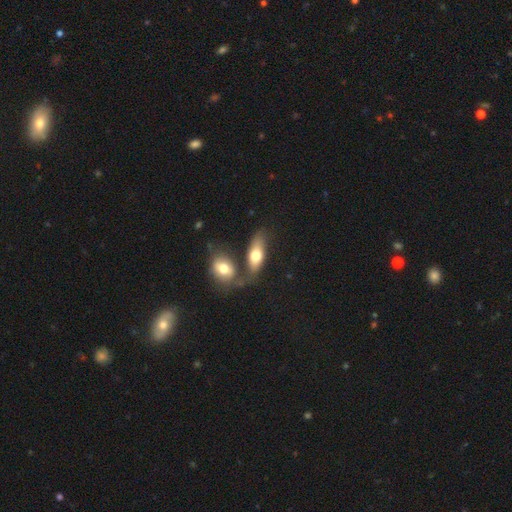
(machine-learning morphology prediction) Smooth or featured? smooth (67%)
How rounded? in between (79%)
Merging? none (42%)